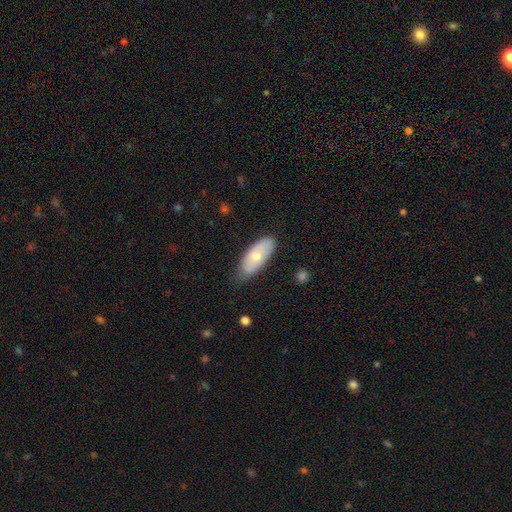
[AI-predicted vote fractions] Smooth or featured: smooth — 66% (featured or disk — 28%)
How rounded: in between — 84% (cigar-shaped — 14%)
Merging: none — 66% (minor disturbance — 27%)